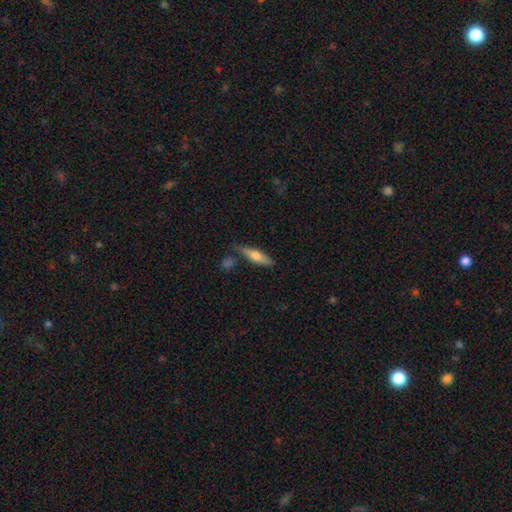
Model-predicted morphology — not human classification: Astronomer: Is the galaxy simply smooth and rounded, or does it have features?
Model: smooth — 56% (runner-up: featured or disk, 38%).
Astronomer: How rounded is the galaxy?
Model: cigar-shaped — 68%.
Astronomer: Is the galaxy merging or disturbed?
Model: none — 73%.